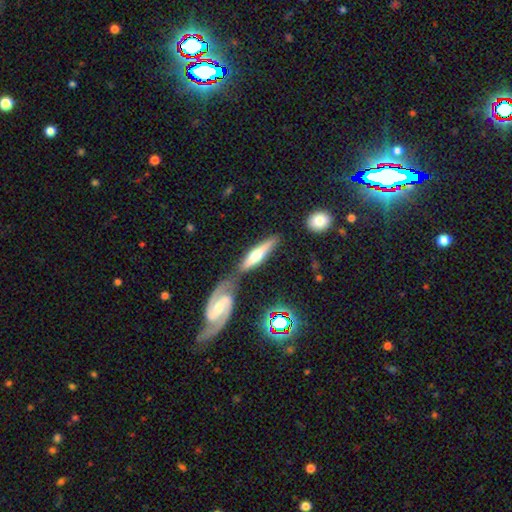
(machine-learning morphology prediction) type=featured or disk (57%); edge-on=yes (87%); merging=none (57%).